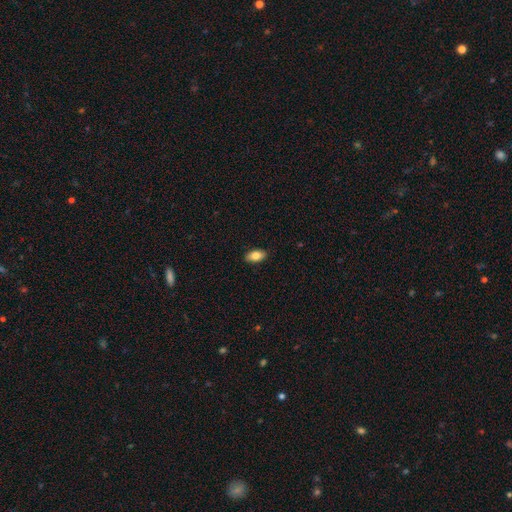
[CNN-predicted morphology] Smooth or featured? smooth (83%)
How rounded? in between (92%)
Merging? none (89%)